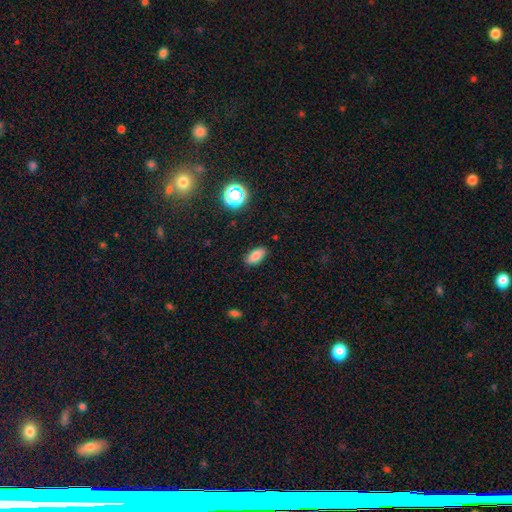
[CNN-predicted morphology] Overall: smooth (81%). How rounded: in between (89%). Merging: none (85%).